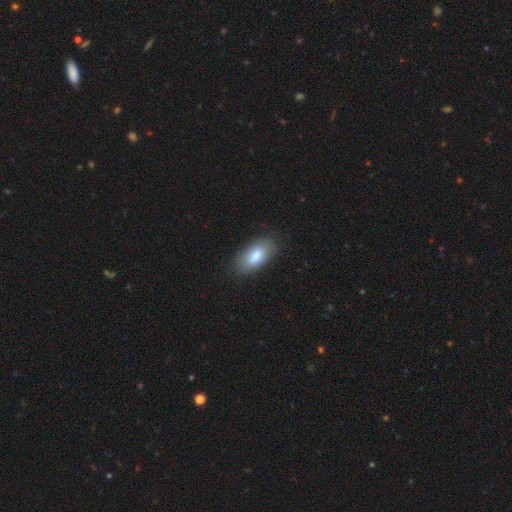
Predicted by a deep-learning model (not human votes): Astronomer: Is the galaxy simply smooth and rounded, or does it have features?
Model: smooth — 81%.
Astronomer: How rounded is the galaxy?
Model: in between — 90%.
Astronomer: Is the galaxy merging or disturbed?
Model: none — 84%.